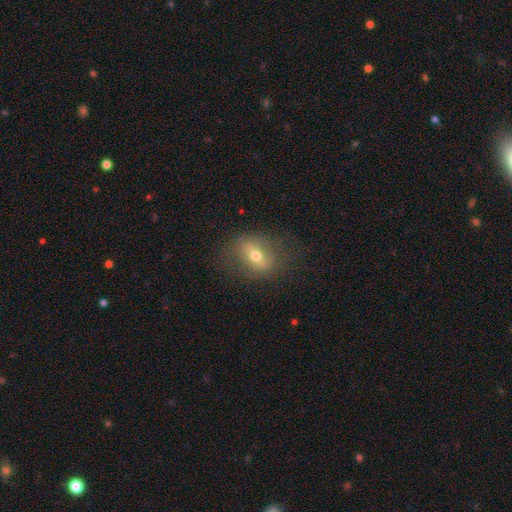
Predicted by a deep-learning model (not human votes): Smooth or featured? Predicted: smooth (p=0.44, tied with featured or disk). Merging? Predicted: none (p=0.76).